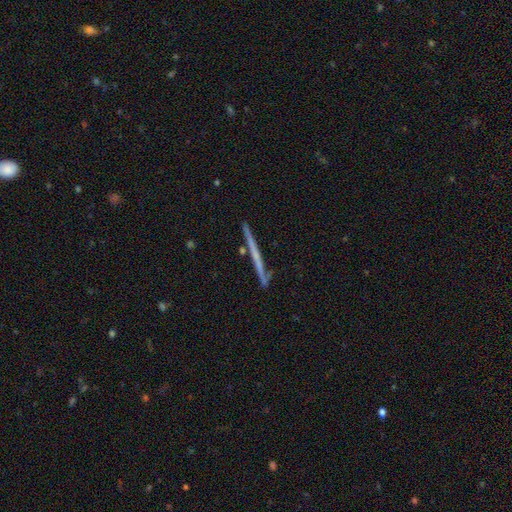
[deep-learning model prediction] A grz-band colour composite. It shows a featured or disk galaxy (61%) viewed edge-on (97%) with no central bulge (81%). Merging: none (87%).